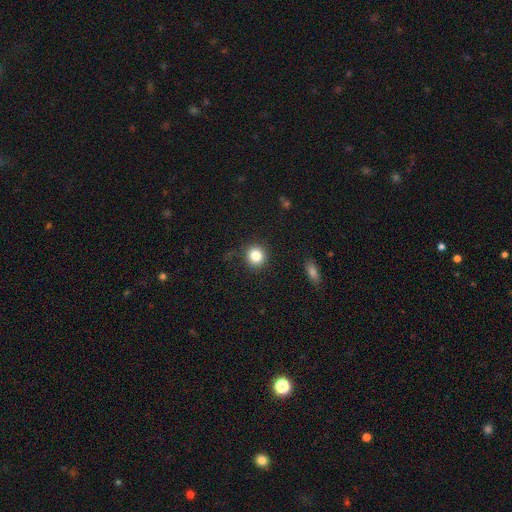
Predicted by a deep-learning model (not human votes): smooth_or_featured: smooth (p=0.83) [alt: star or artifact p=0.11]
how_rounded: round (p=0.90) [alt: in between p=0.09]
merging: none (p=0.88) [alt: minor disturbance p=0.08]